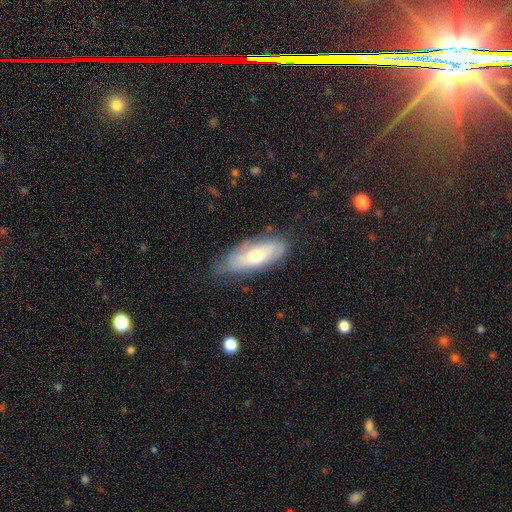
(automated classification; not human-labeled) Q: Smooth or featured?
A: featured or disk (54%); runner-up: smooth (39%)
Q: Edge-on disk?
A: no (77%); runner-up: yes (23%)
Q: Merging?
A: none (65%); runner-up: minor disturbance (25%)